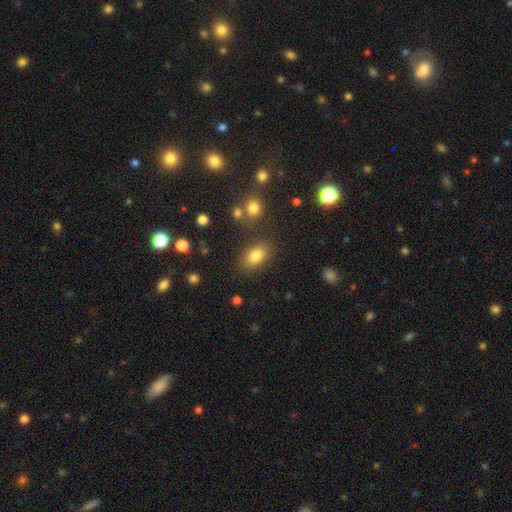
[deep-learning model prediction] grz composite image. It shows a smooth galaxy with no disk features (82%) that is in between round and cigar-shaped (87%). Merging: none (79%).